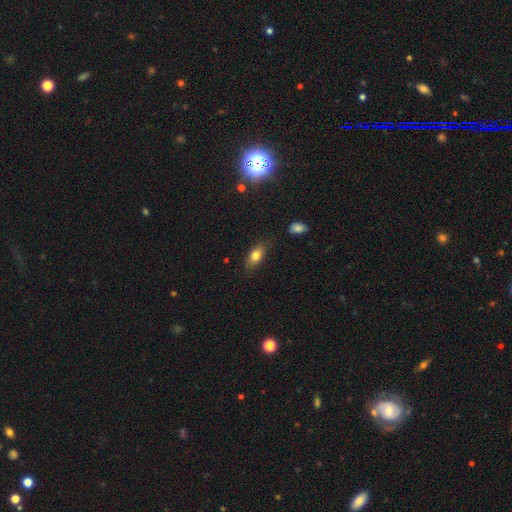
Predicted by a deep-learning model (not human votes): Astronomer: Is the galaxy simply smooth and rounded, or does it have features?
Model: smooth — 77%.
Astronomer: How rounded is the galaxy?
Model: in between — 84%.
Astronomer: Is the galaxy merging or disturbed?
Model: none — 79%.